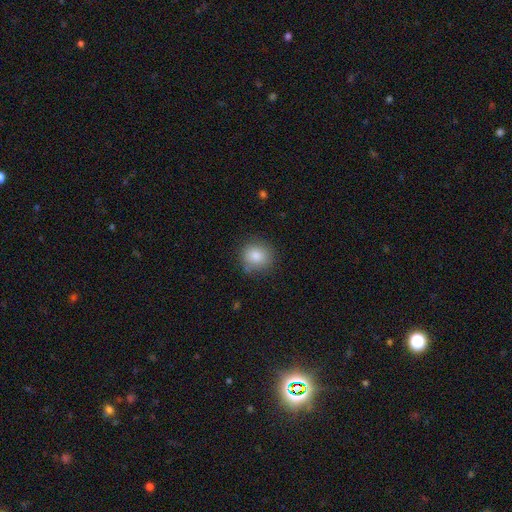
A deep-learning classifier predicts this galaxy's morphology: Overall: smooth (84%). How rounded: round (82%). Merging: none (78%).